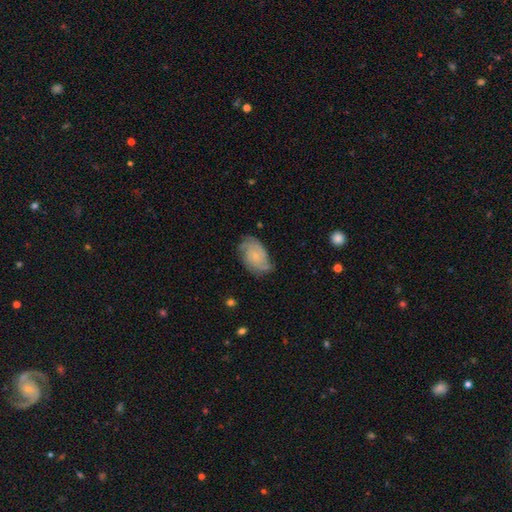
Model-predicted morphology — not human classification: This appears to be a featured or disk galaxy (67%) with no bar (78%), 2 (31%) tight (50%) spiral arms (91%) and a small central bulge (75%). Merging: none (65%).